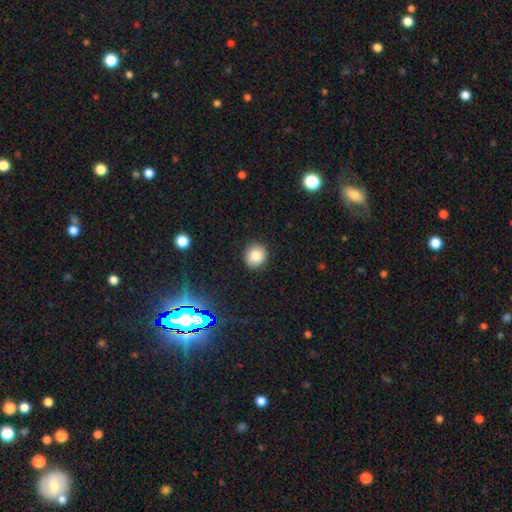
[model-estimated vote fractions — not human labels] Overall: smooth (83%). How rounded: round (84%). Merging: none (88%).